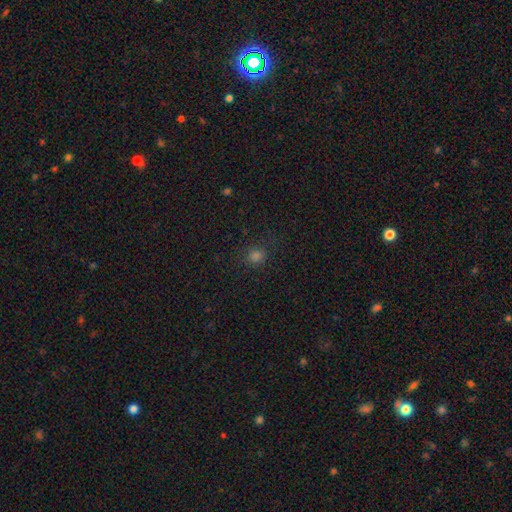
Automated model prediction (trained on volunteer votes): A smooth galaxy with no disk features (73%) that is round (87%). Merging: none (85%).